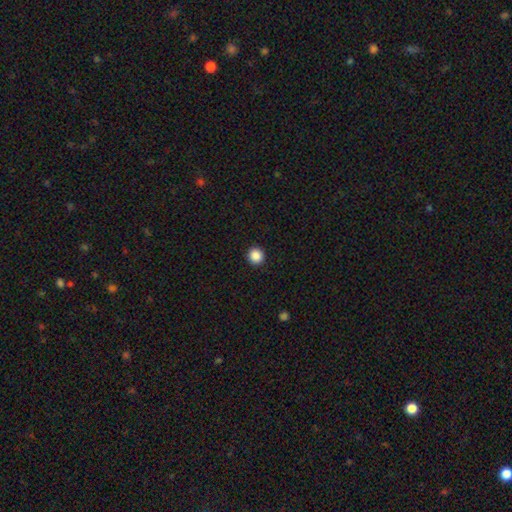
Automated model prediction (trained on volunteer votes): A smooth galaxy with no disk features (87%) that is round (94%).

Vote fractions:
- Smooth or featured? smooth: 87% / star or artifact: 10% / featured or disk: 3%
- How rounded? round: 94% / in between: 5% / cigar-shaped: 1%
- Merging? none: 93% / minor disturbance: 4% / major disturbance: 2% / merger: 1%